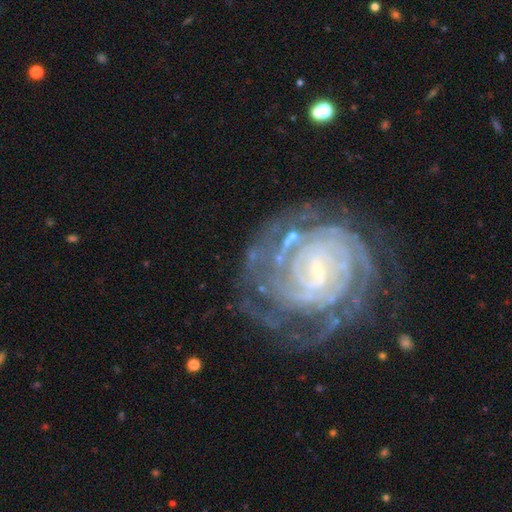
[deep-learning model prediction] This appears to be a featured or disk galaxy (90%) with a weak bar (46%), tight (82%) spiral arms (98%) and a small central bulge (81%). Merging: none (71%).